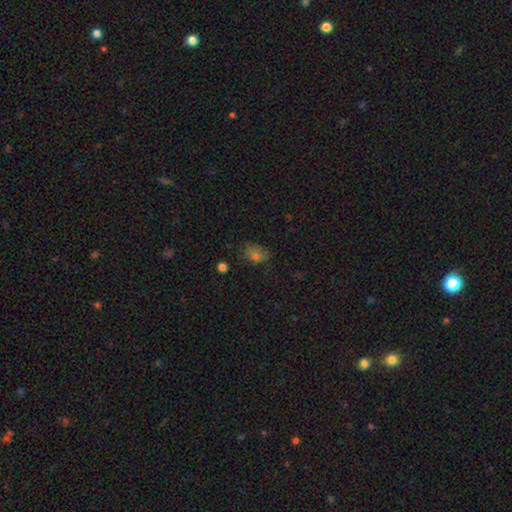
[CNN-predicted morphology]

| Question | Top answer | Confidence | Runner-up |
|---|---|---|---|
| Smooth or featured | smooth | 67% | star or artifact (20%) |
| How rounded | in between | 73% | round (25%) |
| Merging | none | 61% | minor disturbance (27%) |